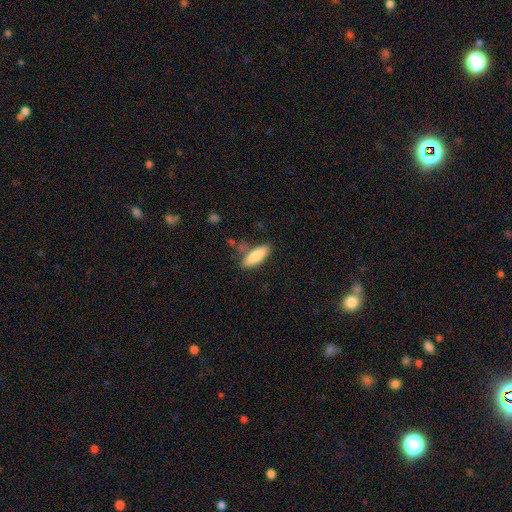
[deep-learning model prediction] This appears to be a smooth galaxy with no disk features (83%) that is in between round and cigar-shaped (54%). Merging: none (70%).